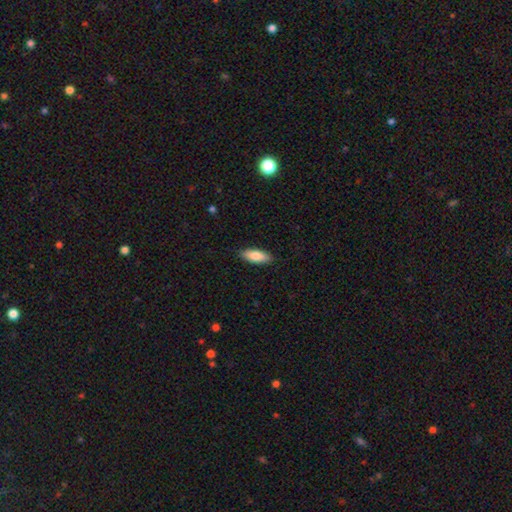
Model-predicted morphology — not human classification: A smooth galaxy with no disk features (83%) that is in between round and cigar-shaped (75%). Merging: none (88%).